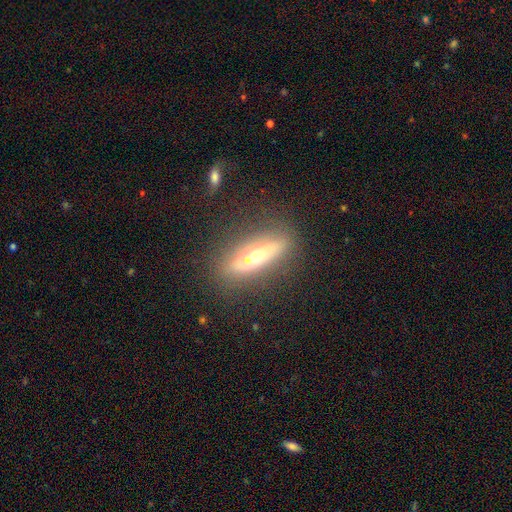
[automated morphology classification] This is possibly a featured or disk galaxy (46%). Merging: possibly none (46%).